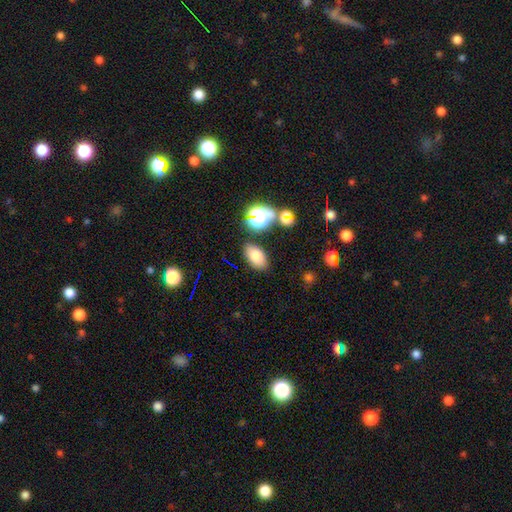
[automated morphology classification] This is likely a smooth galaxy (74%). How rounded: clearly in between (88%). Merging: clearly none (80%).